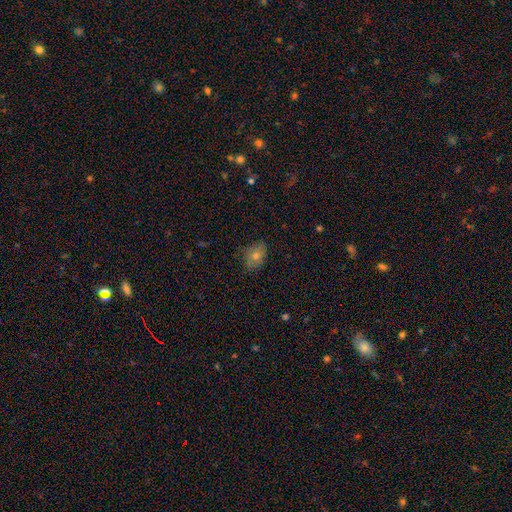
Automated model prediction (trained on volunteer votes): smooth 63%, featured or disk 20%, star or artifact 16%. Down the decision tree: how rounded — in between (65%); merging — none (75%).